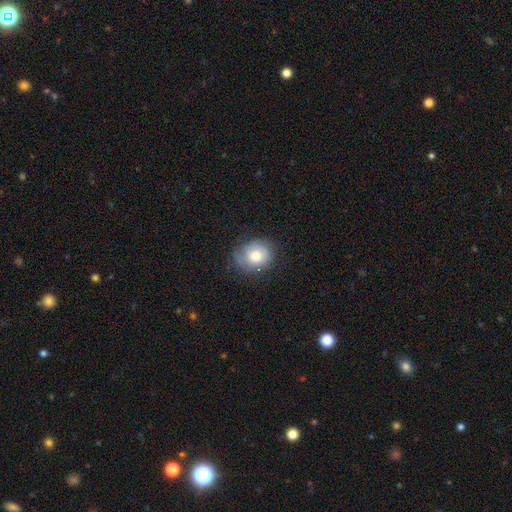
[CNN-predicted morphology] type=smooth (73%); roundness=round (70%); merging=none (68%).